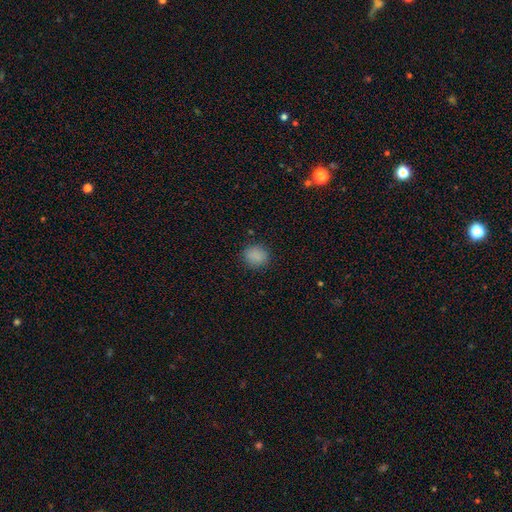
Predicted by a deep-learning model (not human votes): Smooth or featured?
  - smooth: 86% *
  - star or artifact: 11%
  - featured or disk: 4%
How rounded?
  - round: 71% *
  - in between: 28%
  - cigar-shaped: 1%
Merging?
  - none: 87% *
  - minor disturbance: 9%
  - major disturbance: 3%
  - merger: 1%